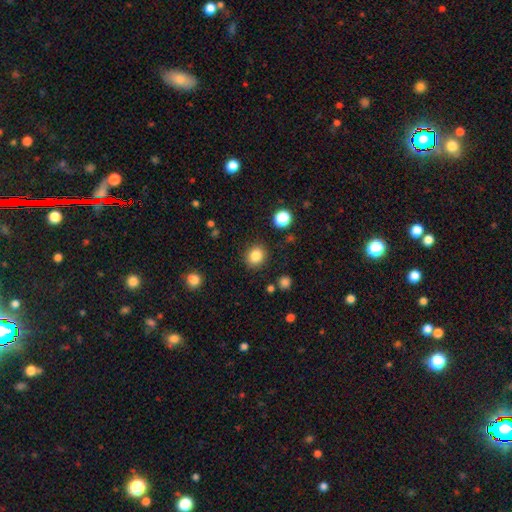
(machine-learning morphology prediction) Smooth or featured? smooth (84%)
How rounded? round (77%)
Merging? none (88%)